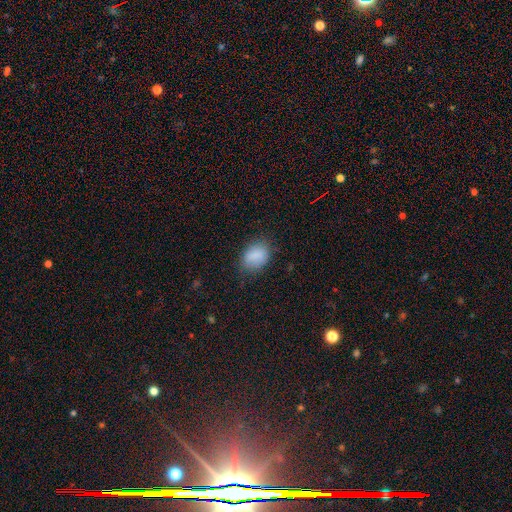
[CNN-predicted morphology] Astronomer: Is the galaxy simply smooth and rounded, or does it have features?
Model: smooth — 84%.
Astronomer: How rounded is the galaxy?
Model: in between — 75%.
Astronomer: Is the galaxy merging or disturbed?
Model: none — 74%.